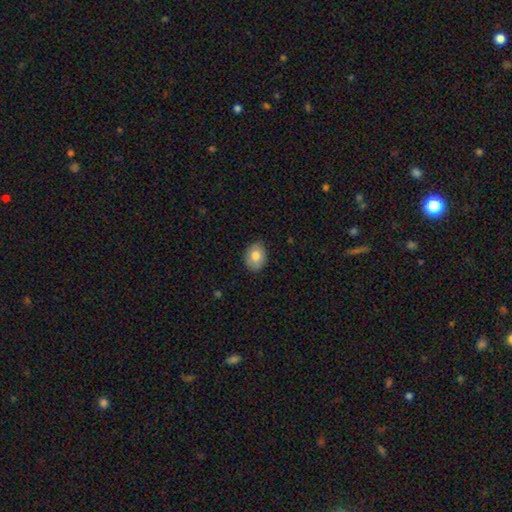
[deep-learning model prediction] A smooth galaxy with no disk features (77%) that is in between round and cigar-shaped (68%).

Vote fractions:
- Smooth or featured? smooth: 77% / featured or disk: 16% / star or artifact: 8%
- How rounded? in between: 68% / round: 31% / cigar-shaped: 1%
- Merging? none: 78% / minor disturbance: 18% / major disturbance: 3% / merger: 1%